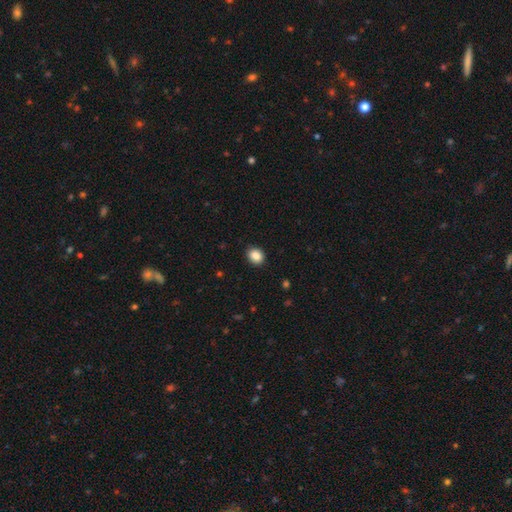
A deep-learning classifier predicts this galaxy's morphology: Smooth or featured?
  - smooth: 87% *
  - star or artifact: 9%
  - featured or disk: 4%
How rounded?
  - round: 53% *
  - in between: 46%
  - cigar-shaped: 1%
Merging?
  - none: 90% *
  - minor disturbance: 7%
  - major disturbance: 2%
  - merger: 1%